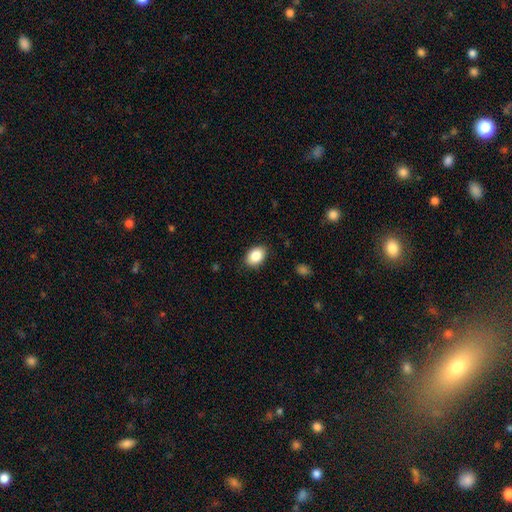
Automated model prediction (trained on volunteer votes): This appears to be a smooth galaxy with no disk features (87%) that is in between round and cigar-shaped (83%). Merging: none (87%).